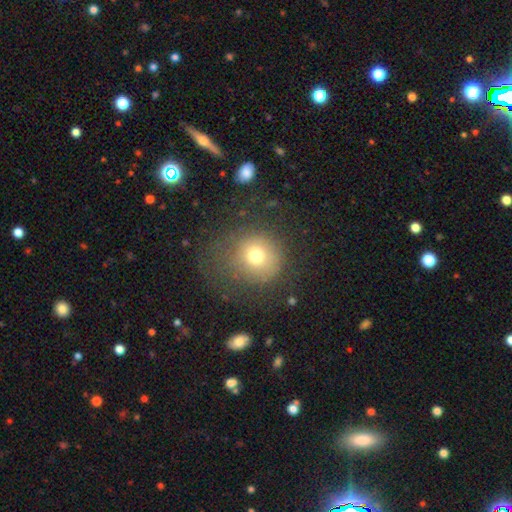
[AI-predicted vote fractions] Smooth or featured? smooth (70%)
How rounded? round (89%)
Merging? none (64%)